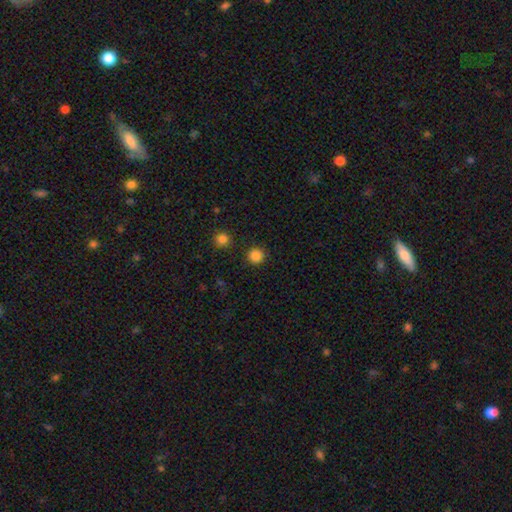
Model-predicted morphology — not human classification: A smooth galaxy with no disk features (84%) that is round (94%). Merging: none (90%).